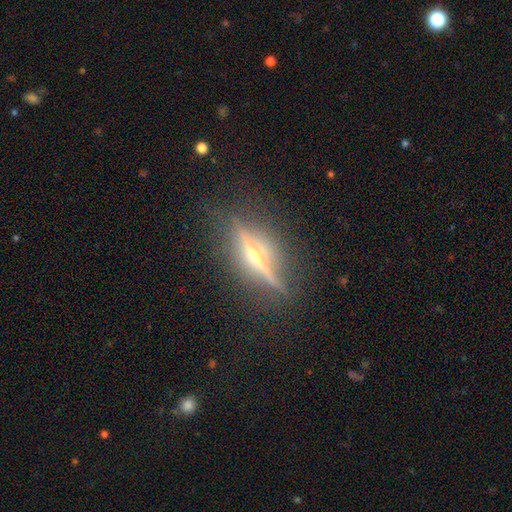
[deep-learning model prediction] Q: Smooth or featured?
A: featured or disk (81%); runner-up: smooth (11%)
Q: Edge-on disk?
A: yes (94%); runner-up: no (6%)
Q: Edge-on bulge?
A: rounded (88%); runner-up: none (7%)
Q: Merging?
A: none (80%); runner-up: minor disturbance (13%)